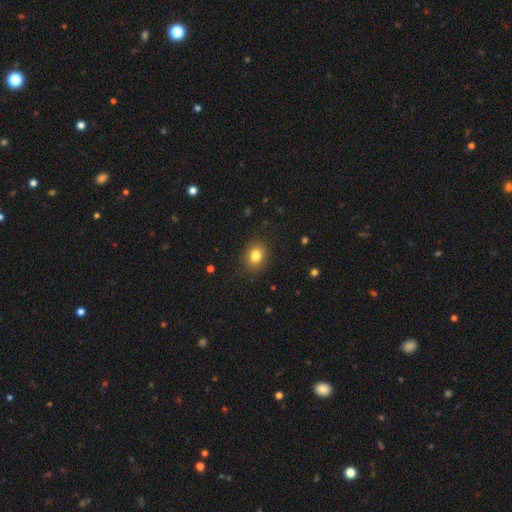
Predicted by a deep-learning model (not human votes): Smooth or featured: smooth — 82% (star or artifact — 11%)
How rounded: round — 54% (in between — 45%)
Merging: none — 88% (minor disturbance — 9%)